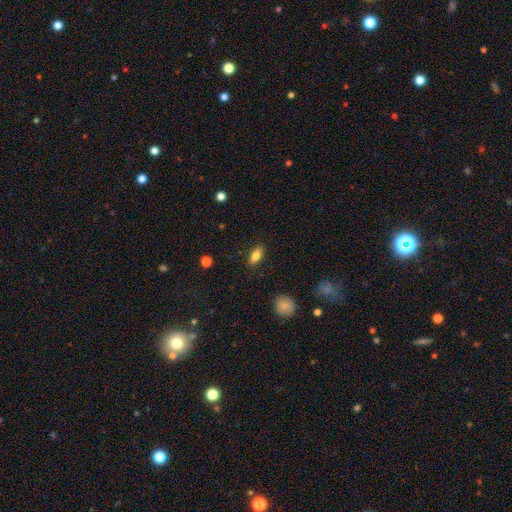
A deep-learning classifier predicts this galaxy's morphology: A smooth galaxy with no disk features (80%) that is in between round and cigar-shaped (84%).

Vote fractions:
- Smooth or featured? smooth: 80% / featured or disk: 12% / star or artifact: 8%
- How rounded? in between: 84% / cigar-shaped: 12% / round: 4%
- Merging? none: 87% / minor disturbance: 9% / major disturbance: 2% / merger: 1%